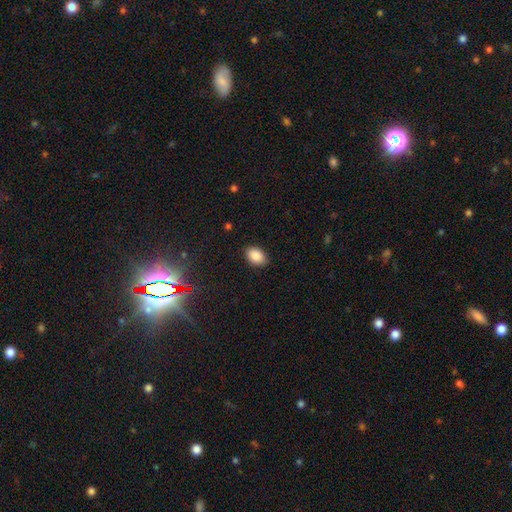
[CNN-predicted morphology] This appears to be a smooth galaxy with no disk features (88%) that is in between round and cigar-shaped (86%). Merging: none (87%).